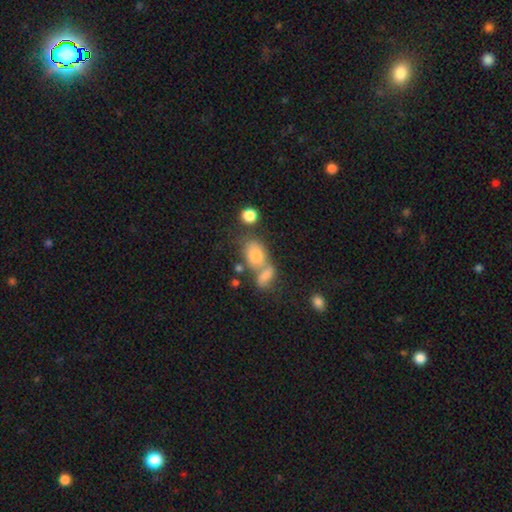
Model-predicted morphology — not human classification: Smooth or featured? Predicted: smooth (p=0.76). How rounded? Predicted: in between (p=0.75). Merging? Predicted: merger (p=0.49).